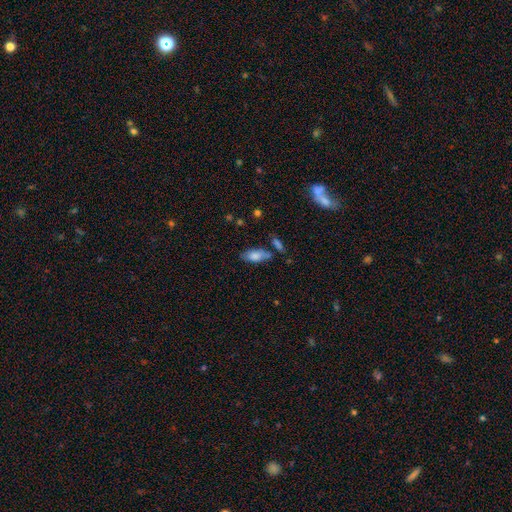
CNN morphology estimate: Smooth or featured? Predicted: smooth (p=0.78). How rounded? Predicted: in between (p=0.84). Merging? Predicted: none (p=0.63).